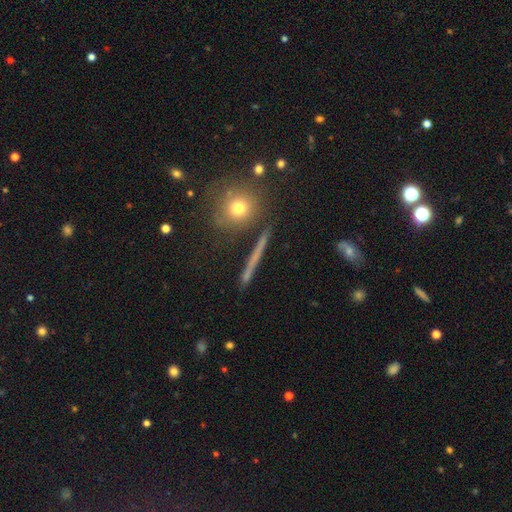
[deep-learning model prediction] This is marginally a featured or disk galaxy (44%). Merging: clearly none (84%).